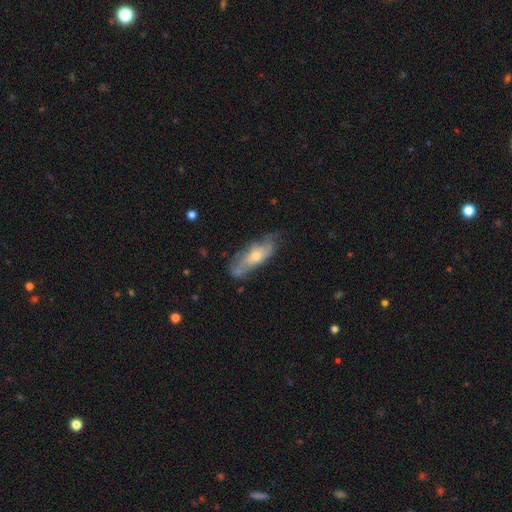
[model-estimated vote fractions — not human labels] A featured or disk galaxy (50%). Merging: none (57%).